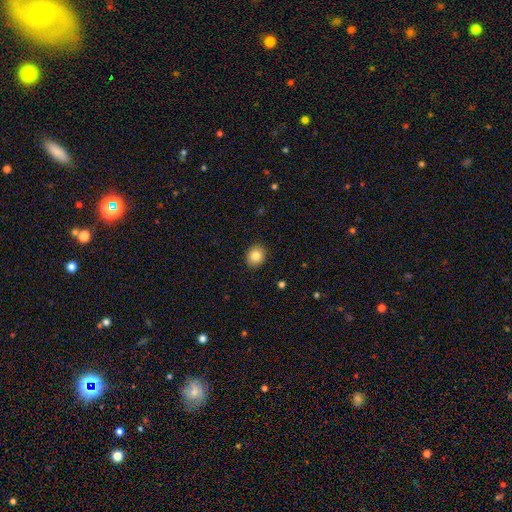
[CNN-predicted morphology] smooth-or-featured: smooth: 84% | star or artifact: 9% | featured or disk: 7%
  how-rounded: round: 73% | in between: 26% | cigar-shaped: 1%
  merging: none: 91% | minor disturbance: 6% | major disturbance: 2% | merger: 1%